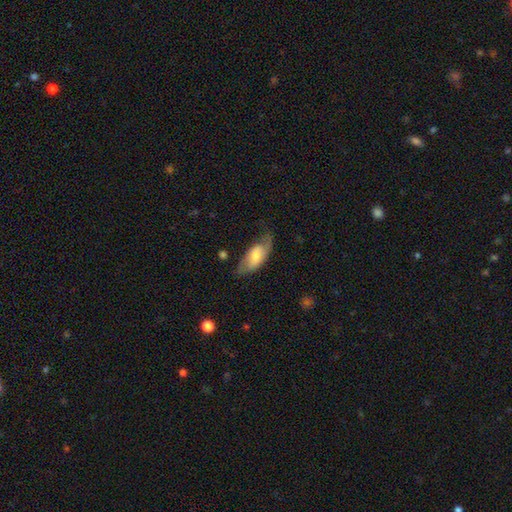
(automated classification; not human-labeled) This appears to be a smooth galaxy with no disk features (55%) that is in between round and cigar-shaped (87%). Merging: none (58%).